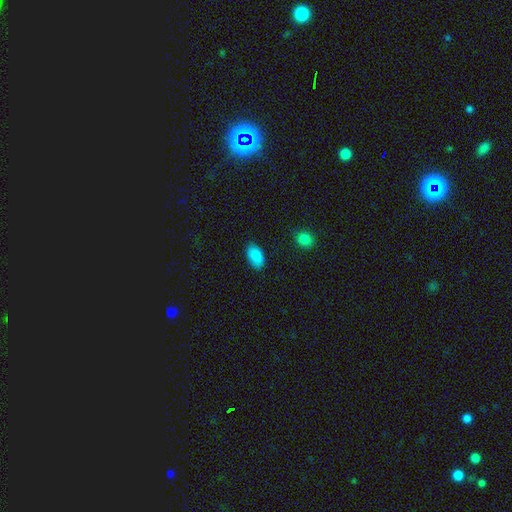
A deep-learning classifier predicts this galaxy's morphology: Smooth or featured?
  - smooth: 89% *
  - star or artifact: 7%
  - featured or disk: 4%
How rounded?
  - in between: 94% *
  - round: 4%
  - cigar-shaped: 2%
Merging?
  - none: 84% *
  - minor disturbance: 12%
  - major disturbance: 3%
  - merger: 1%